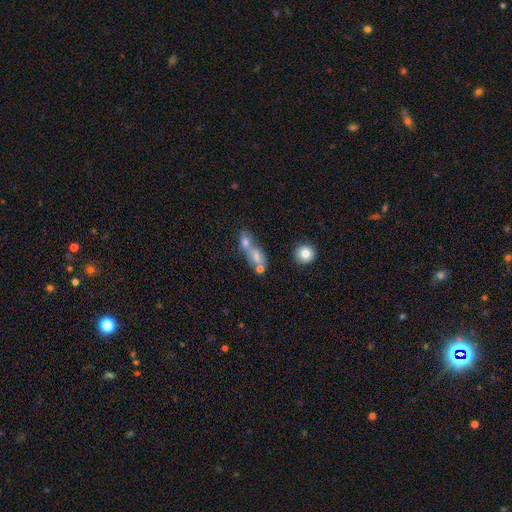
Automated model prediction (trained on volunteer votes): smooth_or_featured: smooth (p=0.62) [alt: featured or disk p=0.25]
how_rounded: in between (p=0.63) [alt: round p=0.21]
merging: merger (p=0.60) [alt: none p=0.22]